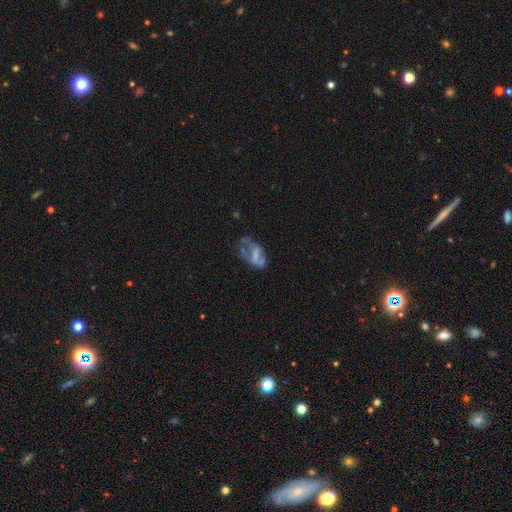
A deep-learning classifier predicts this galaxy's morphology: Smooth or featured? featured or disk (52%)
Edge-on disk? no (95%)
Merging? major disturbance (36%)